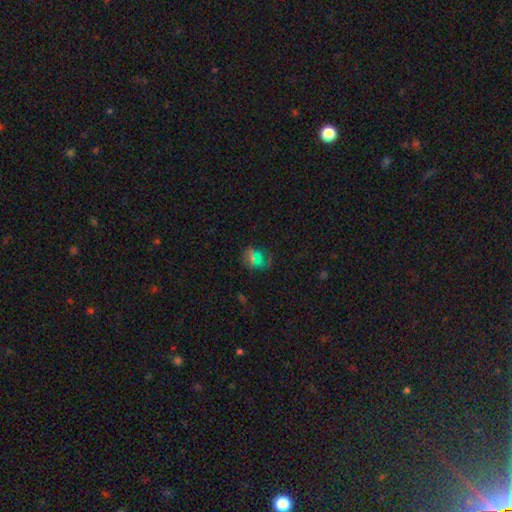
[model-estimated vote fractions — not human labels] Smooth or featured? smooth (53%)
How rounded? round (56%)
Merging? none (70%)